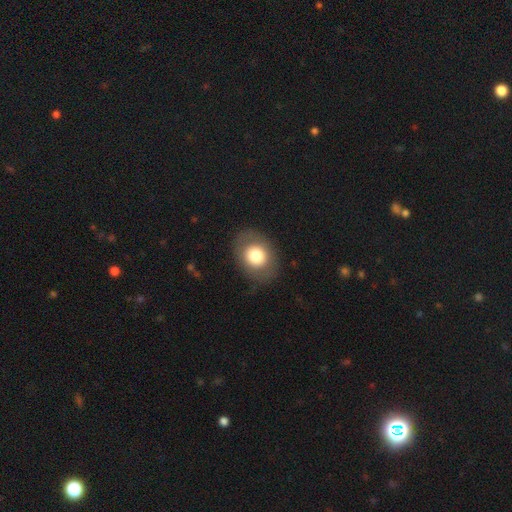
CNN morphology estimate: Smooth or featured?
  - smooth: 73% *
  - featured or disk: 19%
  - star or artifact: 8%
How rounded?
  - in between: 54% *
  - round: 45%
  - cigar-shaped: 1%
Merging?
  - none: 83% *
  - minor disturbance: 10%
  - major disturbance: 5%
  - merger: 1%